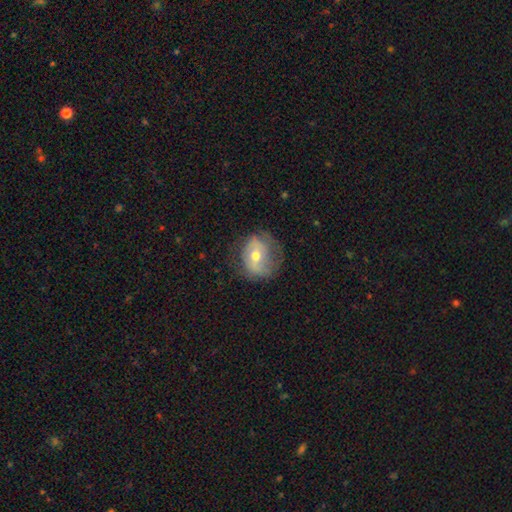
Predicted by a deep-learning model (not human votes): featured or disk 54%, smooth 38%, star or artifact 8%. Down the decision tree: edge-on disk — no (95%); bar — no (45%); spiral arms — yes (61%); bulge size — moderate (65%); merging — none (61%).